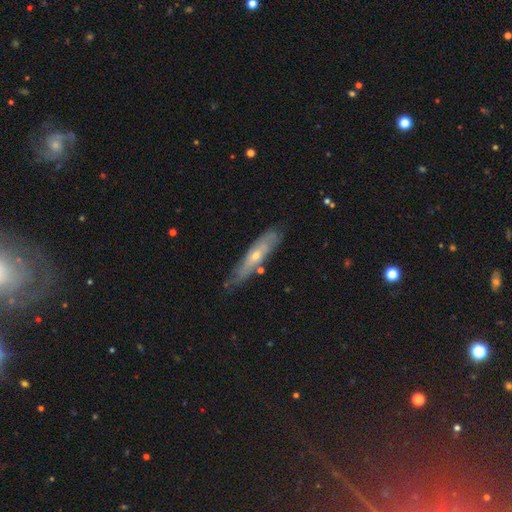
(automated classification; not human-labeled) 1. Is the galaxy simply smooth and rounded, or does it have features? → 63% featured or disk, 30% smooth, 7% star or artifact.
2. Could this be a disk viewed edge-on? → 50% no (tied), 50% yes (tied).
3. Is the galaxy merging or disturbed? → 67% none, 24% minor disturbance, 5% major disturbance, 4% merger.